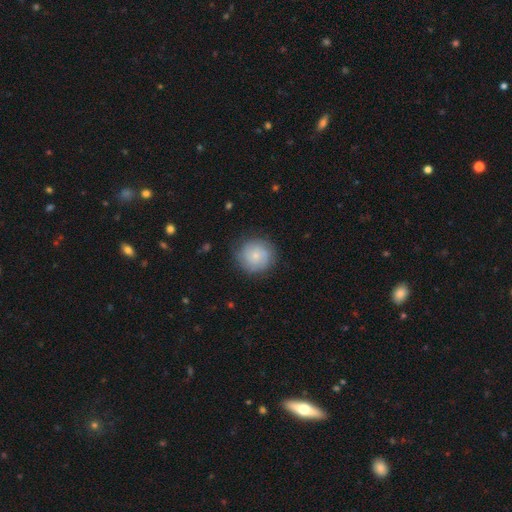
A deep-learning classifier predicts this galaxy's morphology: smooth_or_featured: smooth (p=0.65) [alt: featured or disk p=0.28]
how_rounded: round (p=0.94) [alt: in between p=0.05]
merging: none (p=0.82) [alt: minor disturbance p=0.13]